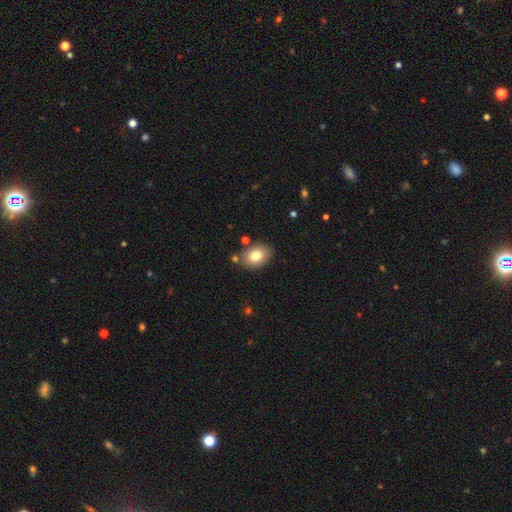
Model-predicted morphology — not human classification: smooth_or_featured: smooth (p=0.79) [alt: featured or disk p=0.12]
how_rounded: in between (p=0.73) [alt: round p=0.26]
merging: none (p=0.82) [alt: minor disturbance p=0.10]